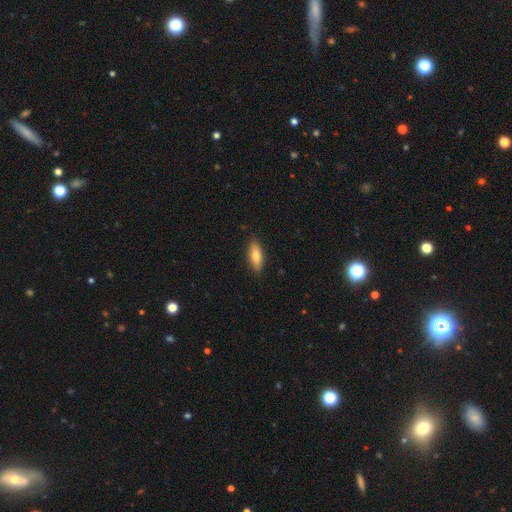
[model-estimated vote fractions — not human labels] Smooth or featured? smooth (73%)
How rounded? in between (65%)
Merging? none (87%)